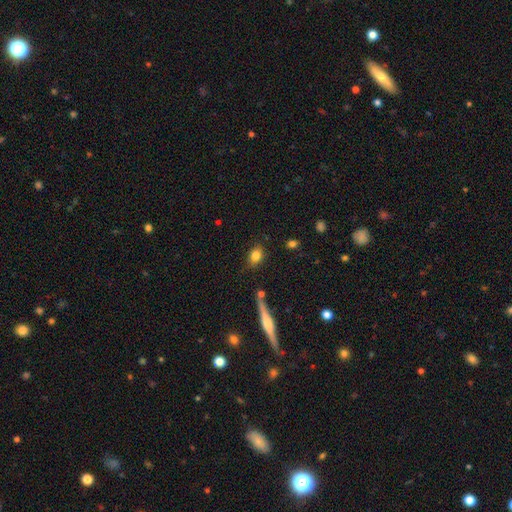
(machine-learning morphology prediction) This appears to be a smooth galaxy with no disk features (81%) that is in between round and cigar-shaped (65%). Merging: none (79%).